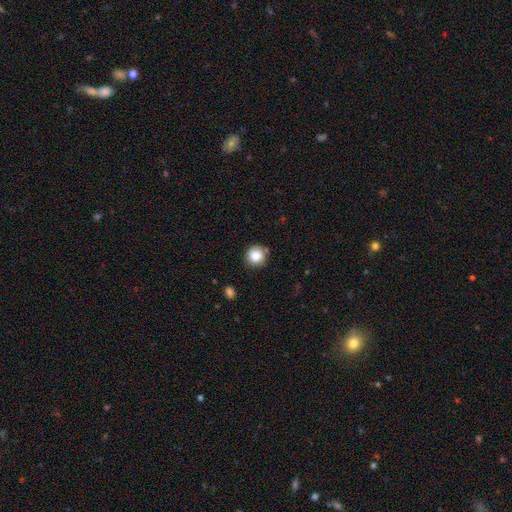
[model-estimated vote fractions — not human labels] This is clearly a smooth galaxy (85%). How rounded: clearly round (94%). Merging: clearly none (85%).